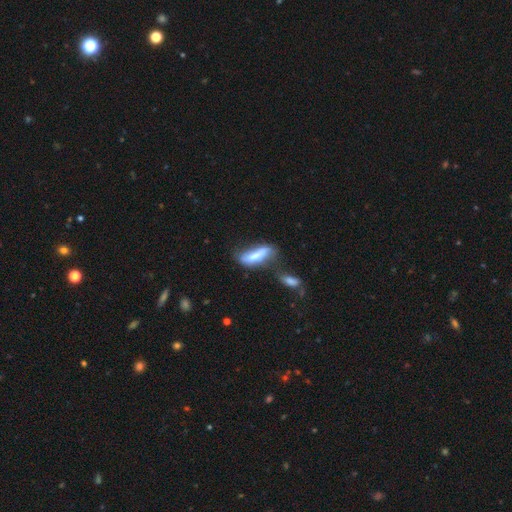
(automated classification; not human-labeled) Morphology: type=smooth (61%); roundness=in between (53%); merging=none (31%).